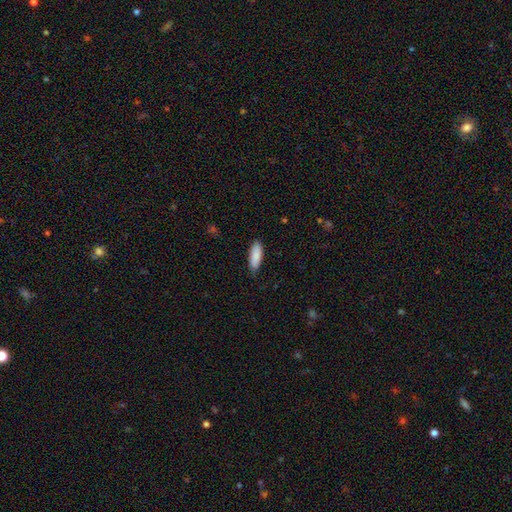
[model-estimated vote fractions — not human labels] A smooth galaxy with no disk features (88%) that is in between round and cigar-shaped (66%).

Vote fractions:
- Smooth or featured? smooth: 88% / featured or disk: 7% / star or artifact: 6%
- How rounded? in between: 66% / cigar-shaped: 32% / round: 2%
- Merging? none: 80% / minor disturbance: 16% / major disturbance: 2% / merger: 1%